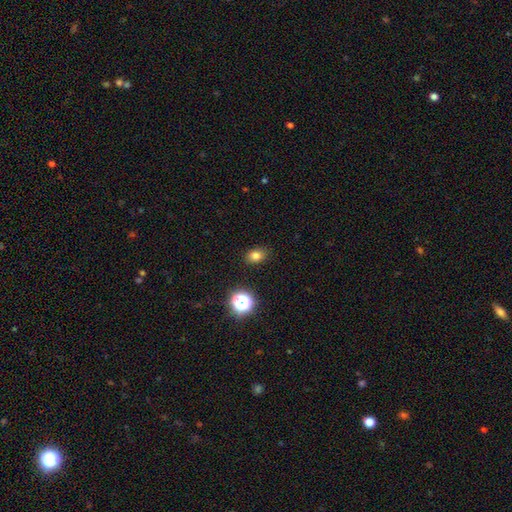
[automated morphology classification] This is likely a smooth galaxy (78%). How rounded: likely in between (64%). Merging: clearly none (87%).